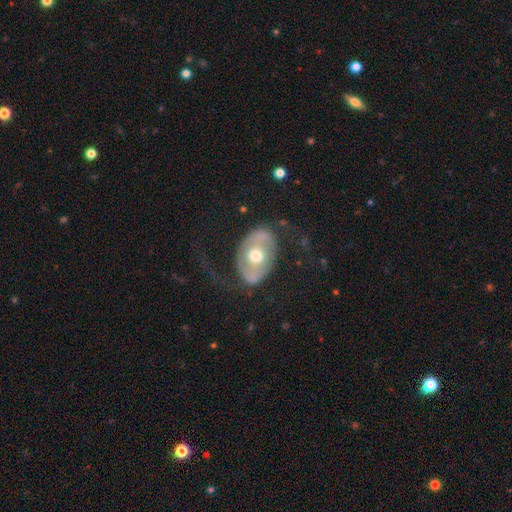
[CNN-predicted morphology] Overall: featured or disk (66%; smooth 29%). Edge-on disk: no (93%). Bar: no (57%; weak 27%). Spiral arms: no (51%; yes 49%). Bulge size: moderate (71%). Merging: none (60%; major disturbance 21%).